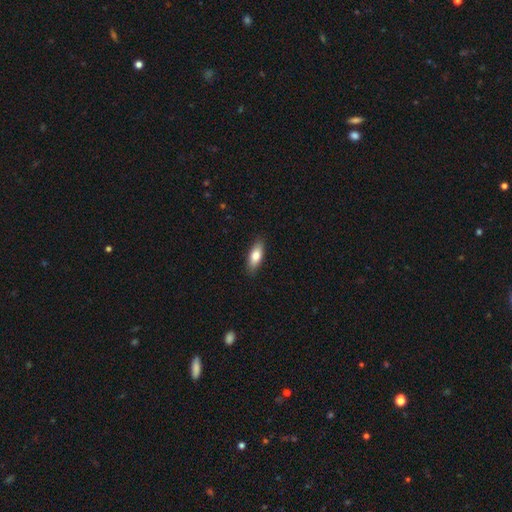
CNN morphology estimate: smooth 77%, featured or disk 16%, star or artifact 6%. Down the decision tree: how rounded — in between (70%); merging — none (88%).